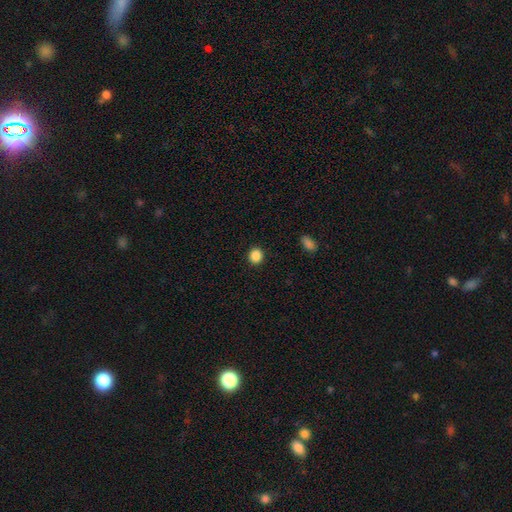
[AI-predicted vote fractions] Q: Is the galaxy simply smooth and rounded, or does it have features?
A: smooth — 87%.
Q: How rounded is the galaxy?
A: round — 84%.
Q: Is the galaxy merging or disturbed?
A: none — 92%.